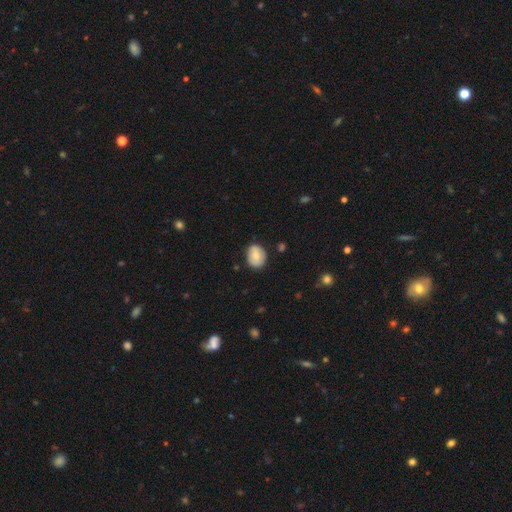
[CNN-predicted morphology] A smooth galaxy with no disk features (70%) that is round (51%).

Vote fractions:
- Smooth or featured? smooth: 70% / featured or disk: 22% / star or artifact: 7%
- How rounded? round: 51% / in between: 48% / cigar-shaped: 1%
- Merging? none: 76% / minor disturbance: 19% / major disturbance: 3% / merger: 2%